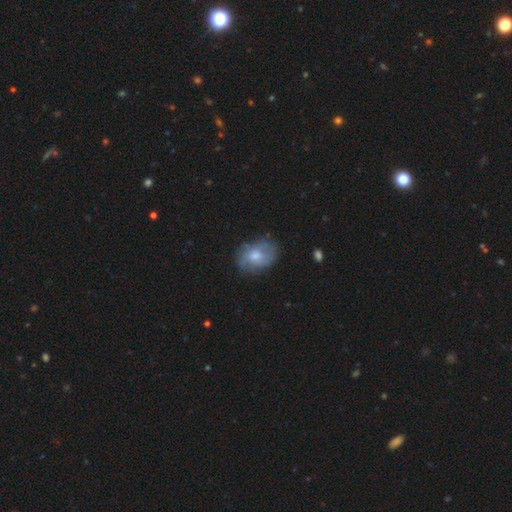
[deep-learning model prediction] smooth 59%, featured or disk 34%, star or artifact 8%. Down the decision tree: how rounded — in between (72%); merging — none (64%).